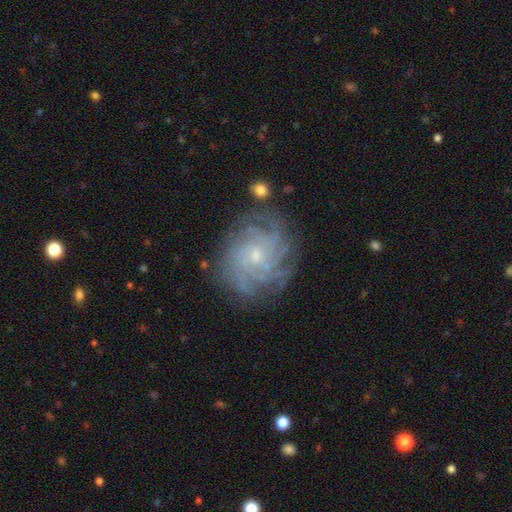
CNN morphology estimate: This is clearly a featured or disk galaxy (82%). It is clearly not viewed edge-on (97%). Bar: likely no (74%). Spiral arm pattern: clearly yes (96%). Spiral arm count: marginally can't tell (28%). Spiral winding: likely tight (71%). Central bulge: likely small (73%). Merging: likely none (80%).